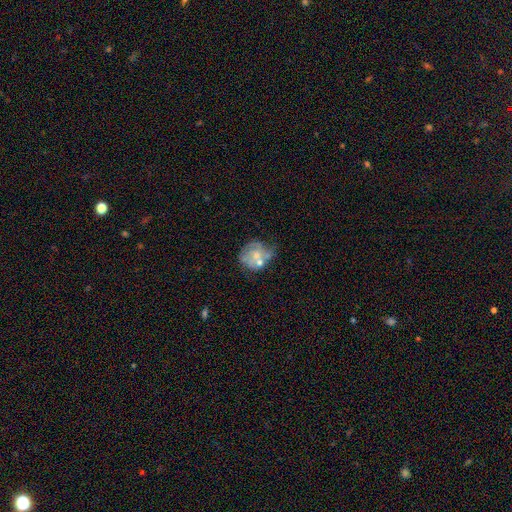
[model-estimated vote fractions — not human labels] A featured or disk galaxy (58%) with no bar (83%), spiral arms (53%) and a small central bulge (45%). Merging: none (36%).